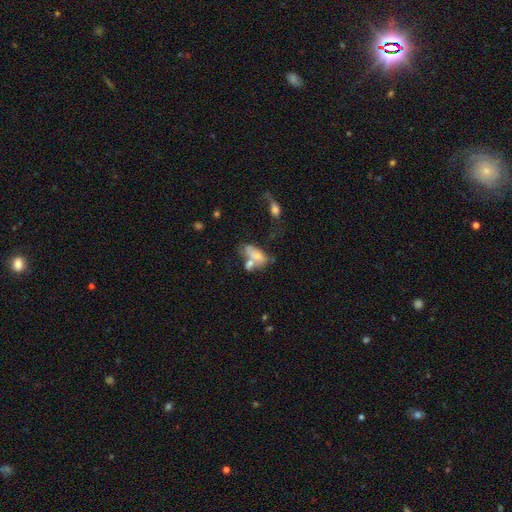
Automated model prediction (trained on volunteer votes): Smooth or featured? smooth (60%)
How rounded? in between (85%)
Merging? merger (48%)